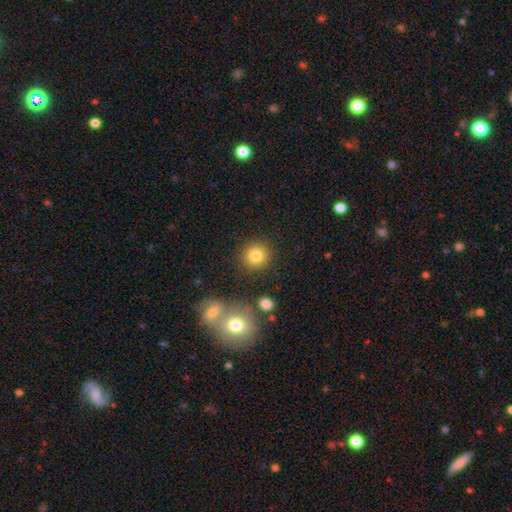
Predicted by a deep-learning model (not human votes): A smooth galaxy with no disk features (82%) that is round (90%).

Vote fractions:
- Smooth or featured? smooth: 82% / star or artifact: 10% / featured or disk: 7%
- How rounded? round: 90% / in between: 9% / cigar-shaped: 1%
- Merging? none: 86% / minor disturbance: 7% / merger: 4% / major disturbance: 3%